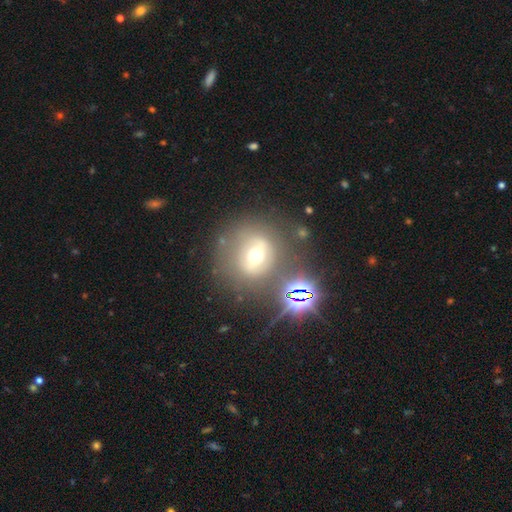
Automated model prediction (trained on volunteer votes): smooth_or_featured: featured or disk (p=0.40) [tied with: smooth p=0.40]
merging: none (p=0.67) [alt: minor disturbance p=0.15]